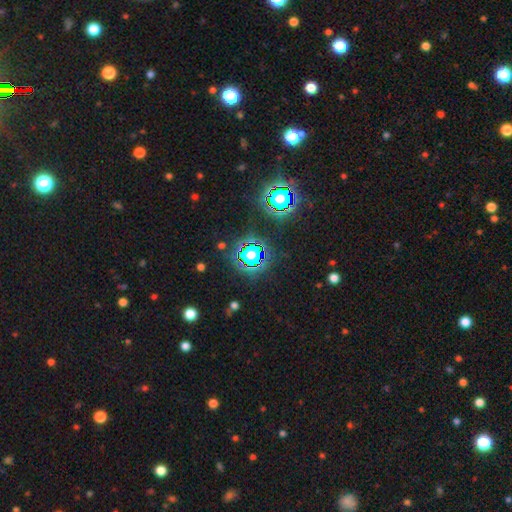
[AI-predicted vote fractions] This is likely a star or artifact rather than a galaxy (66%).